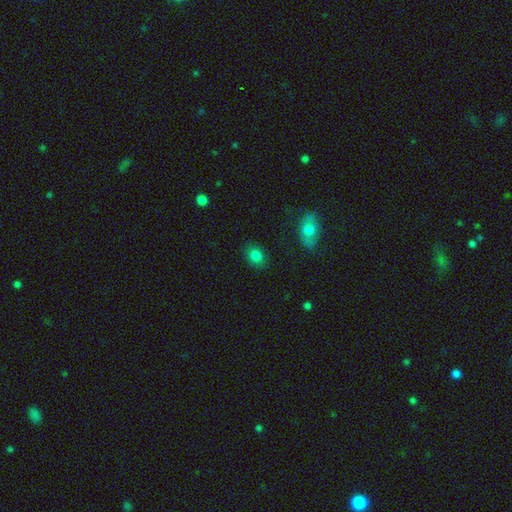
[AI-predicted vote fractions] The model was most divided on "how rounded": in between: 60%, round: 39%, cigar-shaped: 1%. More confident: merging — none (85%); smooth or featured — smooth (82%).